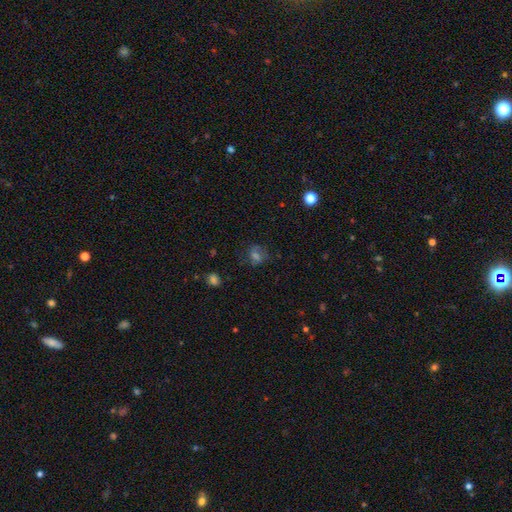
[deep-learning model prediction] Morphology: type=smooth (45%); merging=none (67%).